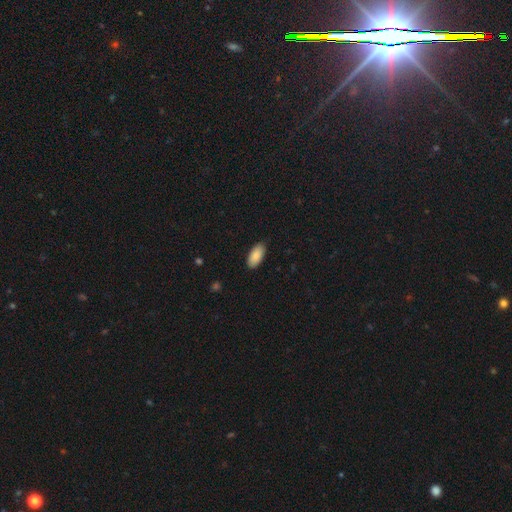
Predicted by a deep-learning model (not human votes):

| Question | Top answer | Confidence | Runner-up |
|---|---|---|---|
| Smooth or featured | smooth | 89% | star or artifact (6%) |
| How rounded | in between | 93% | cigar-shaped (5%) |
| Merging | none | 88% | minor disturbance (9%) |